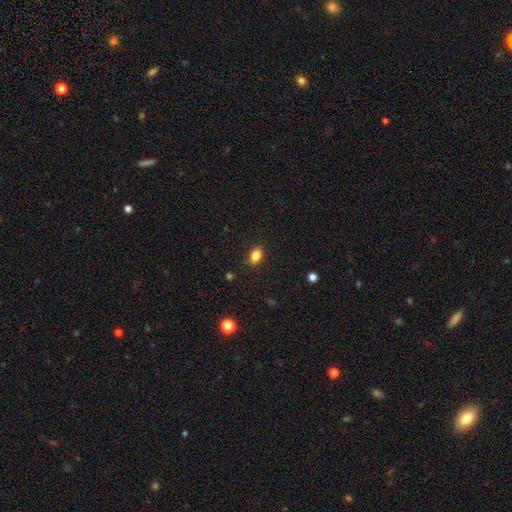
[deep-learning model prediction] Smooth or featured: smooth — 84% (star or artifact — 10%)
How rounded: in between — 79% (round — 19%)
Merging: none — 83% (minor disturbance — 13%)